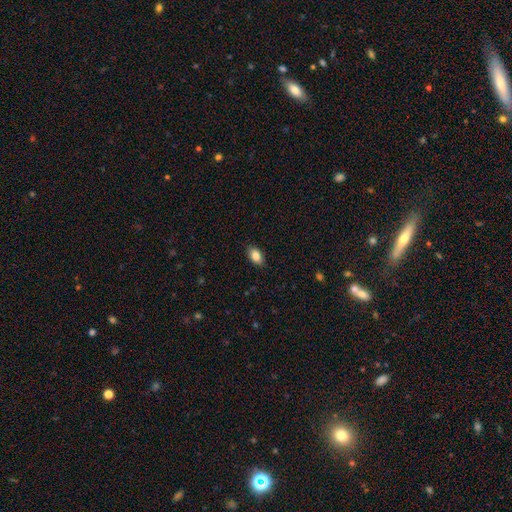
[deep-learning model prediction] This is clearly a smooth galaxy (84%). How rounded: clearly in between (88%). Merging: clearly none (86%).